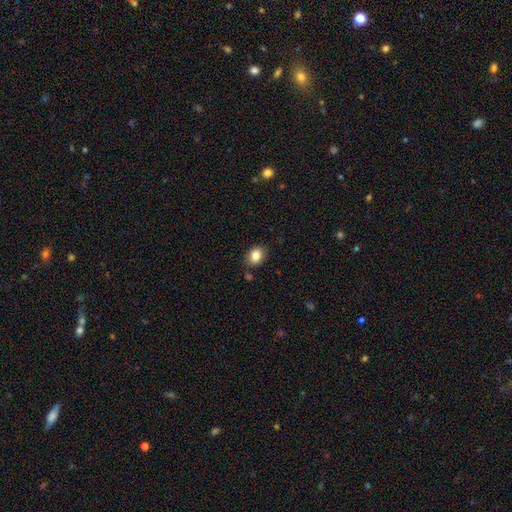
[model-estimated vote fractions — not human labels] Smooth or featured? smooth (84%)
How rounded? in between (62%)
Merging? none (82%)